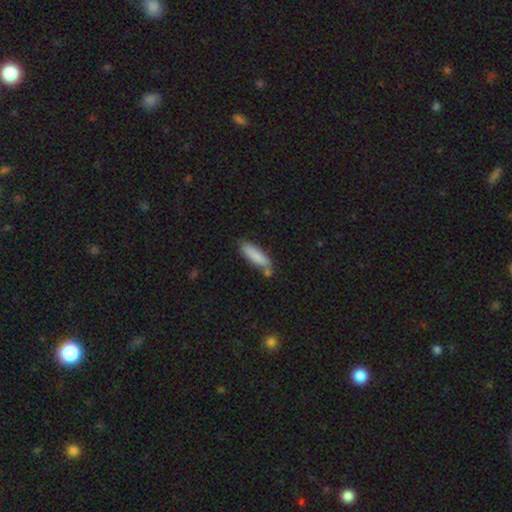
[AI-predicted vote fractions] Morphology: type=smooth (85%); roundness=cigar-shaped (64%); merging=none (71%).